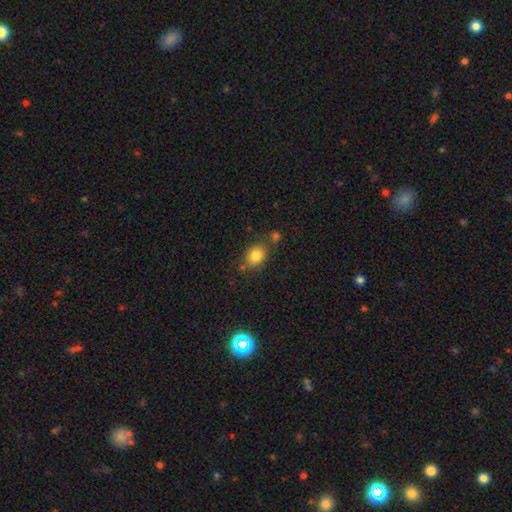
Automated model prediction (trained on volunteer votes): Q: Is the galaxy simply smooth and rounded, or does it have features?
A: smooth — 83%.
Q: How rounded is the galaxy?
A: round — 53%.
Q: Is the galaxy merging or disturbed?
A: none — 67%.